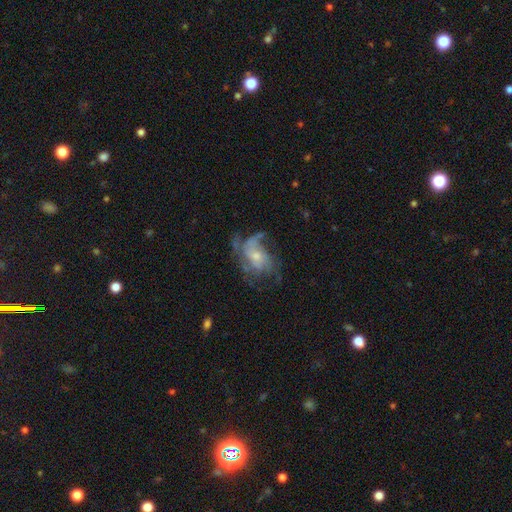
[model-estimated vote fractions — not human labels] Smooth or featured? Predicted: featured or disk (p=0.74). Edge-on disk? Predicted: no (p=0.97). Bar? Predicted: no (p=0.69). Spiral arms? Predicted: yes (p=0.81). Spiral winding? Predicted: medium (p=0.42). Spiral arm count? Predicted: can't tell (p=0.34). Bulge size? Predicted: small (p=0.51). Merging? Predicted: none (p=0.45).